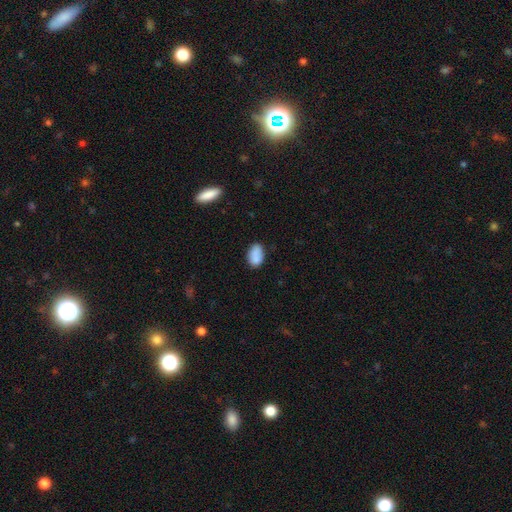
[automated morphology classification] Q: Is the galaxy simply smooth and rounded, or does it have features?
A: smooth — 84%.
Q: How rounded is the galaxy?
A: in between — 89%.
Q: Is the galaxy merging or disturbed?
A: none — 69%.